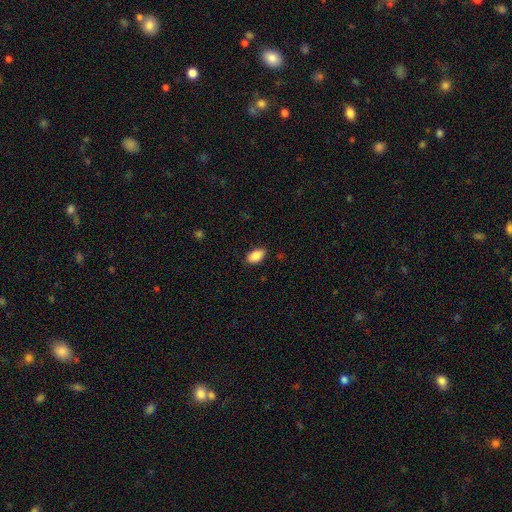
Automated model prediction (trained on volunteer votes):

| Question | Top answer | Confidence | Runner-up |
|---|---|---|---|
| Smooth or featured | smooth | 88% | star or artifact (7%) |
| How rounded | in between | 93% | round (6%) |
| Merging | none | 84% | minor disturbance (13%) |